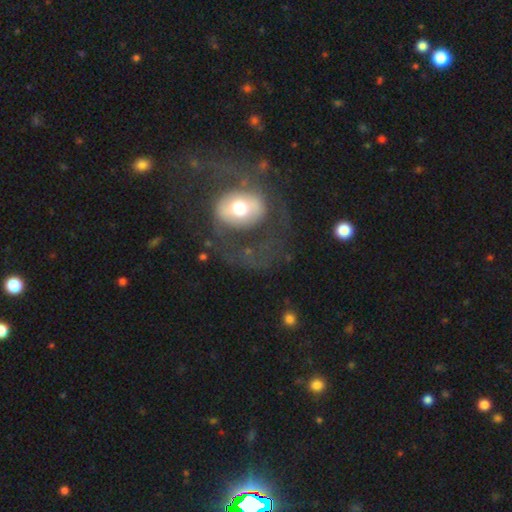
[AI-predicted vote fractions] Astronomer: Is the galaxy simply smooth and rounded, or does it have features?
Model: featured or disk — 70%.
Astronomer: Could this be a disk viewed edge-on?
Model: no — 95%.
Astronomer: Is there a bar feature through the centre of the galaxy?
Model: no — 51% (runner-up: weak, 29%).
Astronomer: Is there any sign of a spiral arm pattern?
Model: yes — 64%.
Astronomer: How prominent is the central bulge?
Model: moderate — 60%.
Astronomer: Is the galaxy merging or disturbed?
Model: none — 66%.